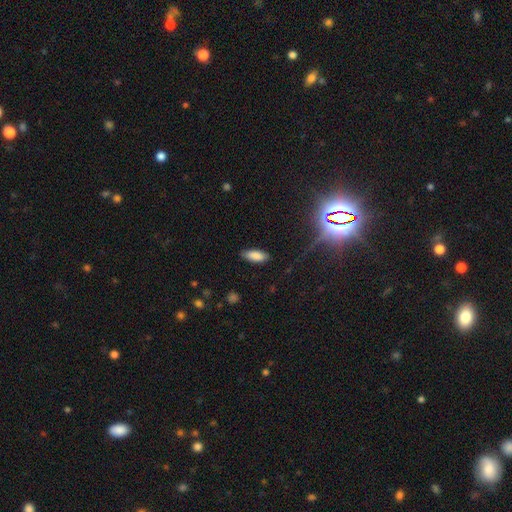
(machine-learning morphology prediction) Q: Smooth or featured?
A: smooth (85%); runner-up: star or artifact (9%)
Q: How rounded?
A: in between (76%); runner-up: cigar-shaped (22%)
Q: Merging?
A: none (84%); runner-up: minor disturbance (12%)